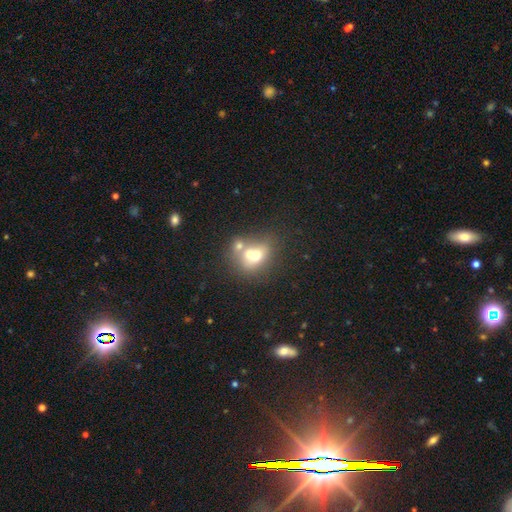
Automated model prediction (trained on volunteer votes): This is likely a smooth galaxy (61%). How rounded: possibly round (55%). Merging: possibly merger (60%).